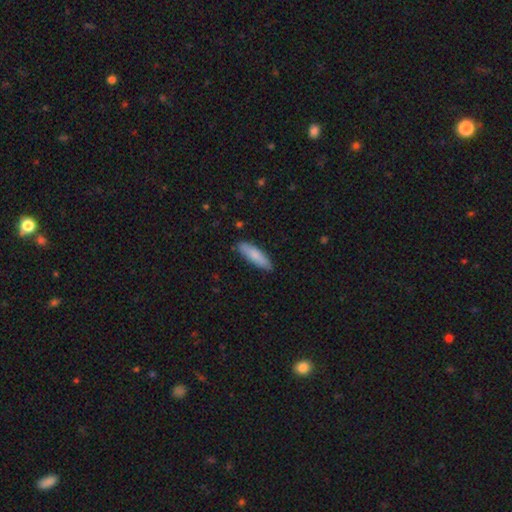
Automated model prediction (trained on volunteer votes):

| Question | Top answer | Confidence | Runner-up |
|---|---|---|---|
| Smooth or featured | smooth | 83% | featured or disk (12%) |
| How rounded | cigar-shaped | 56% | in between (42%) |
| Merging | none | 85% | minor disturbance (12%) |